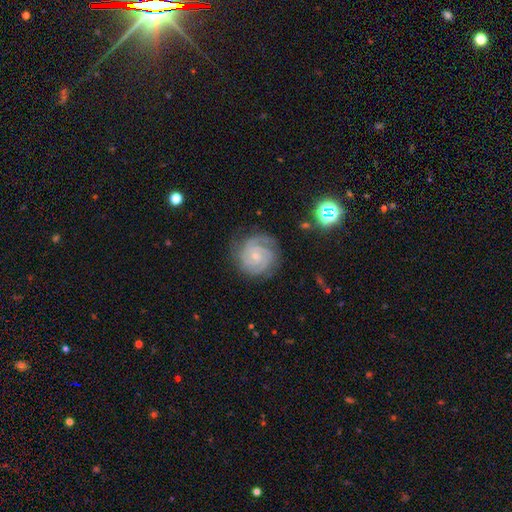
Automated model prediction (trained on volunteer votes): Smooth or featured?
  - featured or disk: 89% *
  - star or artifact: 6%
  - smooth: 6%
Edge-on disk?
  - no: 98% *
  - yes: 2%
Bar?
  - no: 72% *
  - weak: 22%
  - strong: 6%
Spiral arms?
  - yes: 98% *
  - no: 2%
Spiral winding?
  - tight: 76% *
  - medium: 22%
  - loose: 3%
Spiral arm count?
  - 3: 46% *
  - 2: 18%
  - 4: 15%
  - can't tell: 11%
  - more than 4: 5%
  - 1: 5%
Bulge size?
  - small: 80% *
  - moderate: 17%
  - none: 2%
  - large: 1%
  - dominant: 1%
Merging?
  - none: 77% *
  - minor disturbance: 16%
  - major disturbance: 5%
  - merger: 1%